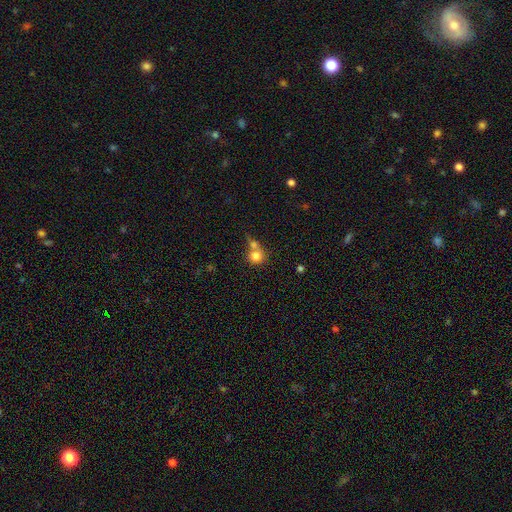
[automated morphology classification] Overall: smooth (80%). How rounded: round (86%). Merging: merger (44%; none 43%).